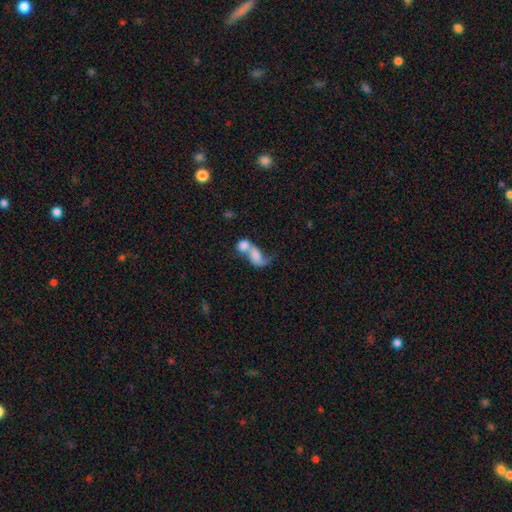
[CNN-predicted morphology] type=smooth (60%); roundness=in between (75%); merging=merger (78%).